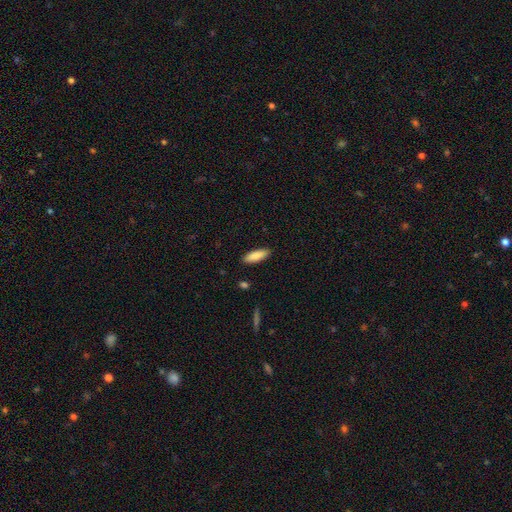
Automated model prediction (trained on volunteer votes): smooth-or-featured: smooth: 86% | featured or disk: 7% | star or artifact: 6%
  how-rounded: in between: 57% | cigar-shaped: 41% | round: 1%
  merging: none: 89% | minor disturbance: 8% | major disturbance: 2% | merger: 1%